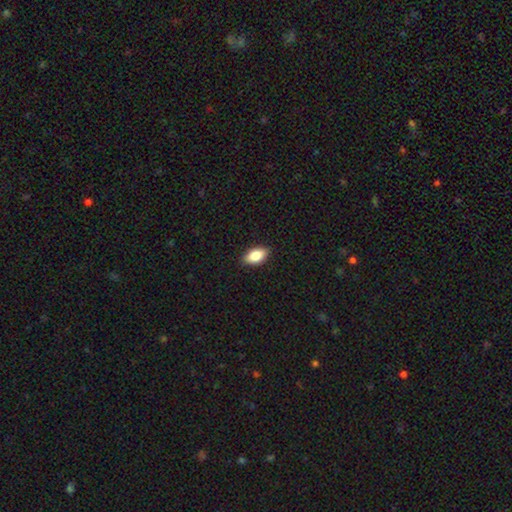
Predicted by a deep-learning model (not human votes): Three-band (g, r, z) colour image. It shows a smooth galaxy with no disk features (82%) that is in between round and cigar-shaped (91%). Merging: none (88%).